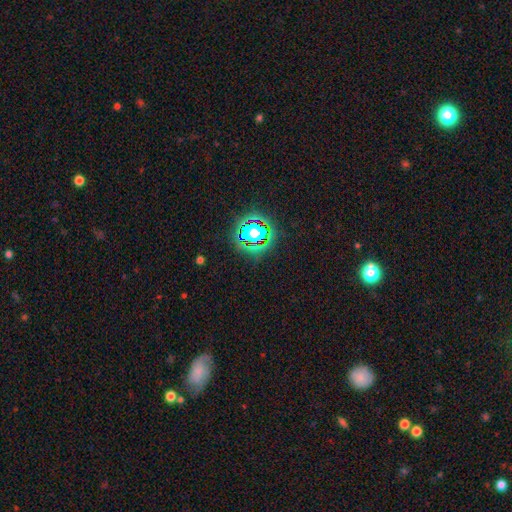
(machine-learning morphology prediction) Overall: star or artifact (78%).